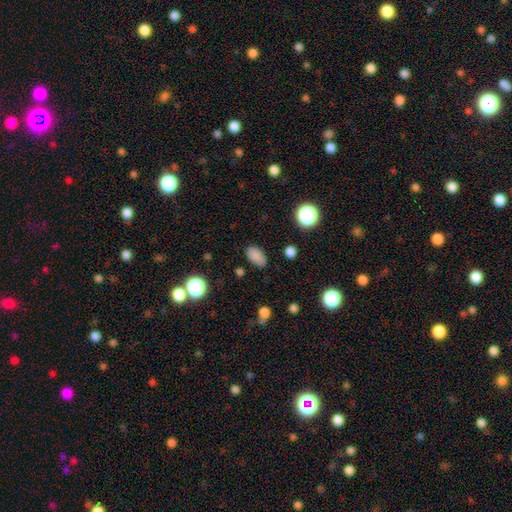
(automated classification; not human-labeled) Smooth or featured?
  - smooth: 83% *
  - star or artifact: 12%
  - featured or disk: 5%
How rounded?
  - in between: 91% *
  - round: 7%
  - cigar-shaped: 2%
Merging?
  - none: 81% *
  - minor disturbance: 14%
  - major disturbance: 3%
  - merger: 2%